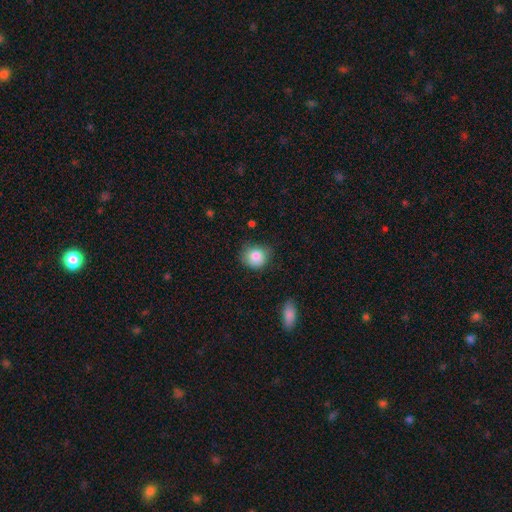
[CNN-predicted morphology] type=smooth (84%); roundness=round (81%); merging=none (68%).